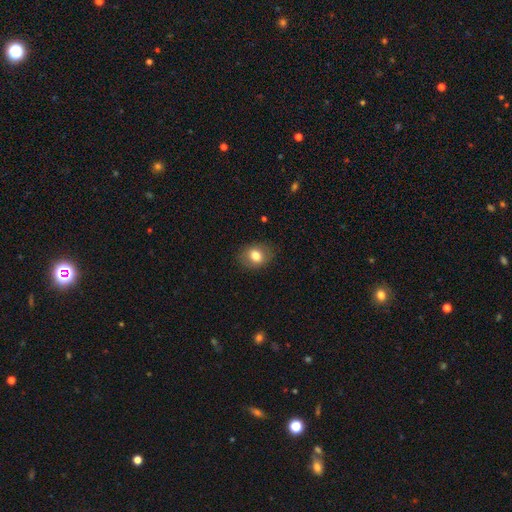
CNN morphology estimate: This appears to be a smooth galaxy with no disk features (78%) that is in between round and cigar-shaped (54%). Merging: none (84%).